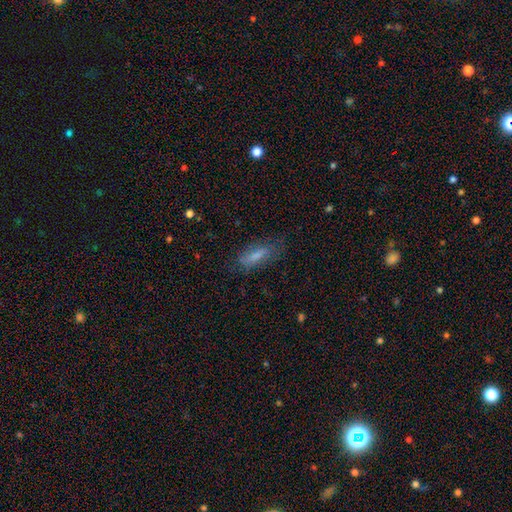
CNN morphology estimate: smooth-or-featured: smooth: 67% | featured or disk: 24% | star or artifact: 9%
  how-rounded: in between: 53% | cigar-shaped: 45% | round: 2%
  merging: none: 66% | minor disturbance: 22% | major disturbance: 10% | merger: 2%